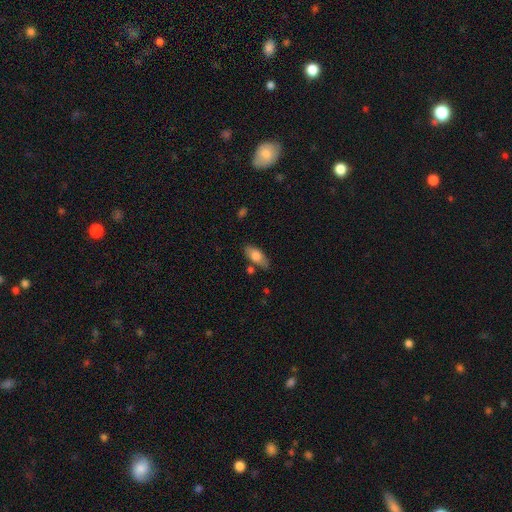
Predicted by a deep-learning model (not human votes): Q: Smooth or featured?
A: smooth (75%); runner-up: featured or disk (18%)
Q: How rounded?
A: in between (85%); runner-up: cigar-shaped (12%)
Q: Merging?
A: none (73%); runner-up: minor disturbance (17%)